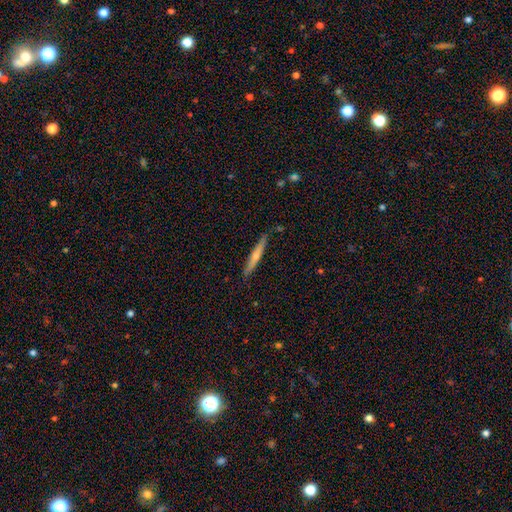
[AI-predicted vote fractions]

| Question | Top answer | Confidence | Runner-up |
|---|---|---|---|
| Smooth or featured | smooth | 55% | featured or disk (40%) |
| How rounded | cigar-shaped | 95% | in between (4%) |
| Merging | none | 85% | minor disturbance (11%) |